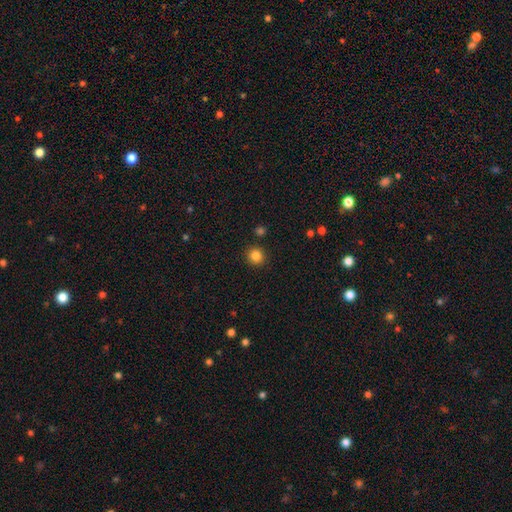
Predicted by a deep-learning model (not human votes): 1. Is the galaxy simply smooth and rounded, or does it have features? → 84% smooth, 12% star or artifact, 4% featured or disk.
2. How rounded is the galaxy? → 91% round, 8% in between, 1% cigar-shaped.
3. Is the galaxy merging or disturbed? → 90% none, 6% minor disturbance, 3% merger, 2% major disturbance.